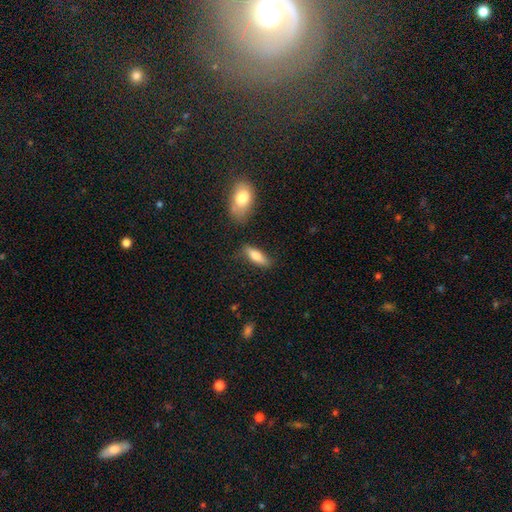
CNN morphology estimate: A smooth galaxy with no disk features (75%) that is in between round and cigar-shaped (53%). Merging: none (73%).